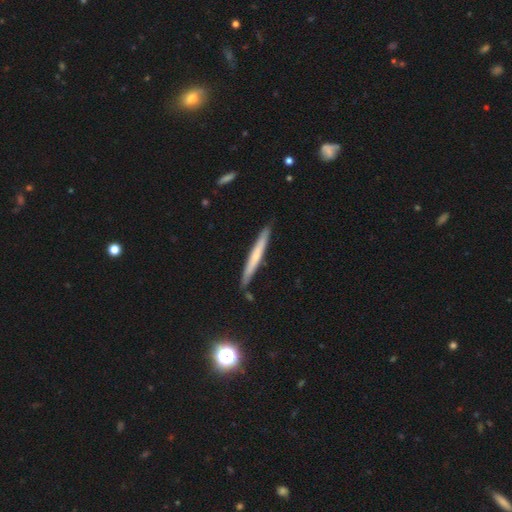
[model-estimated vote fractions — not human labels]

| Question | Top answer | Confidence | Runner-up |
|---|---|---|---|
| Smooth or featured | smooth | 47% | tied: featured or disk (47%) |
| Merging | none | 86% | minor disturbance (10%) |